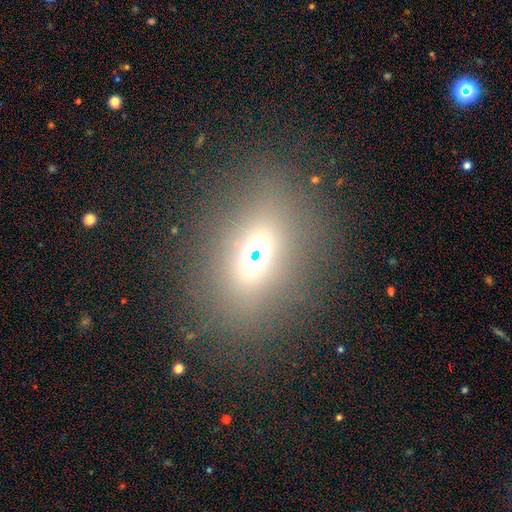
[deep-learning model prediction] Smooth or featured?
  - smooth: 50% *
  - star or artifact: 32%
  - featured or disk: 17%
How rounded?
  - in between: 65% *
  - round: 31%
  - cigar-shaped: 4%
Merging?
  - none: 81% *
  - minor disturbance: 10%
  - major disturbance: 6%
  - merger: 3%